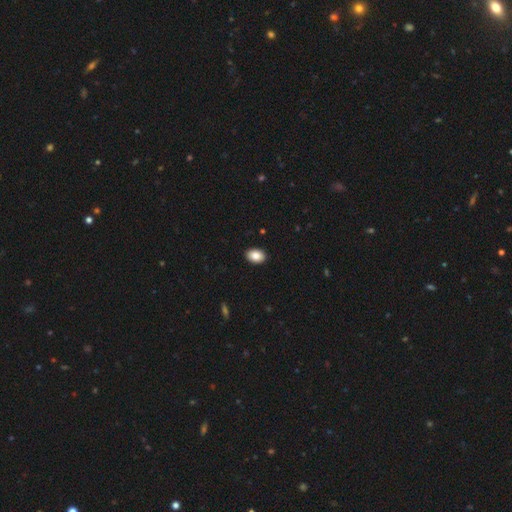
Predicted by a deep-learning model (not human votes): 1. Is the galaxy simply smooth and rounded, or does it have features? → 87% smooth, 8% star or artifact, 6% featured or disk.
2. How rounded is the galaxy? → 82% in between, 17% round, 1% cigar-shaped.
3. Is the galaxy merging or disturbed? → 91% none, 7% minor disturbance, 2% major disturbance, 1% merger.